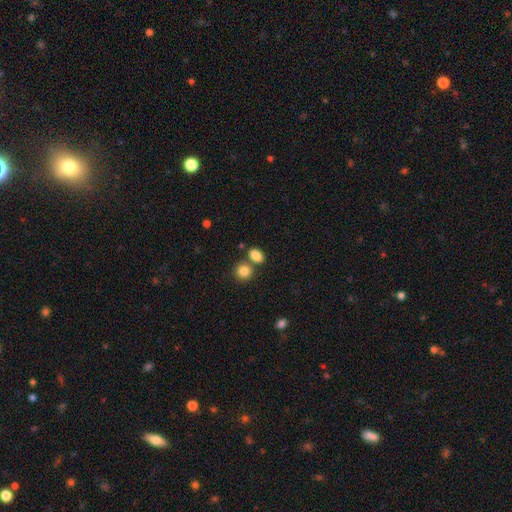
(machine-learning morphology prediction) A smooth galaxy with no disk features (84%) that is in between round and cigar-shaped (72%).

Vote fractions:
- Smooth or featured? smooth: 84% / star or artifact: 10% / featured or disk: 6%
- How rounded? in between: 72% / round: 27% / cigar-shaped: 1%
- Merging? none: 62% / merger: 24% / minor disturbance: 11% / major disturbance: 3%